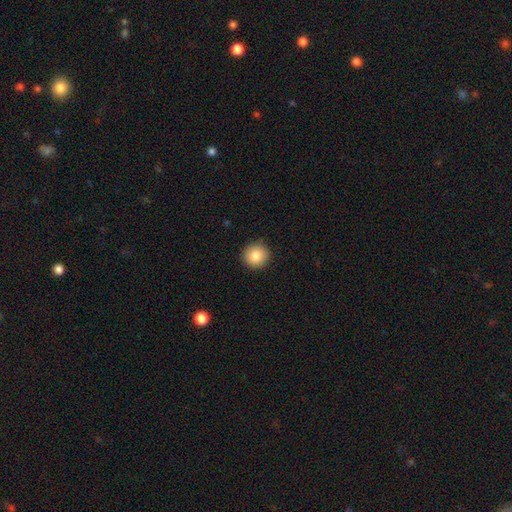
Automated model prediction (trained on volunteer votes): Q: Smooth or featured?
A: smooth (84%); runner-up: star or artifact (9%)
Q: How rounded?
A: round (94%); runner-up: in between (5%)
Q: Merging?
A: none (92%); runner-up: minor disturbance (5%)